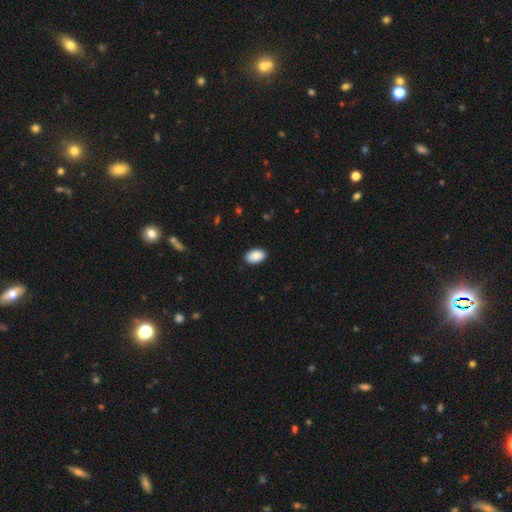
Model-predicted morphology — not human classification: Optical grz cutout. It shows a smooth galaxy with no disk features (90%) that is in between round and cigar-shaped (93%). Merging: none (88%).